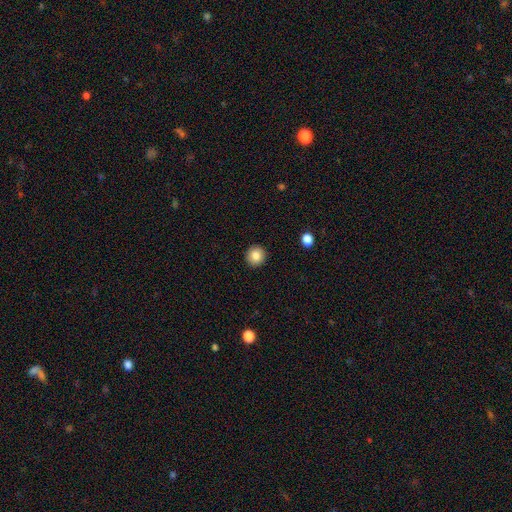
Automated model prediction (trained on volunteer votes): Smooth or featured: smooth — 84% (star or artifact — 9%)
How rounded: round — 93% (in between — 6%)
Merging: none — 92% (minor disturbance — 5%)